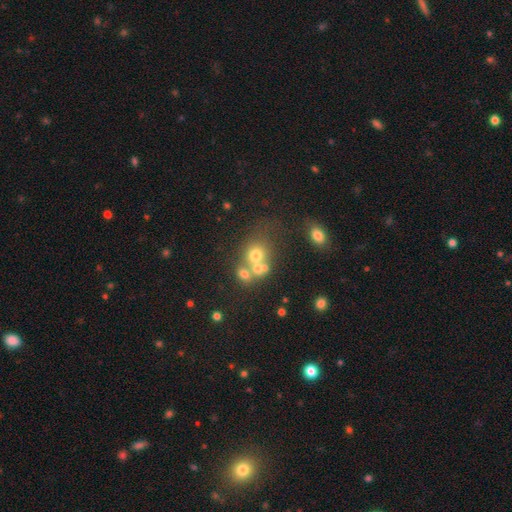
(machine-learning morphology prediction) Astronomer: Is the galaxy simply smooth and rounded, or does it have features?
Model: smooth — 62%.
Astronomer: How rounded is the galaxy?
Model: round — 70%.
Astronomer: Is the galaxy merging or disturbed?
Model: merger — 46% (runner-up: none, 37%).